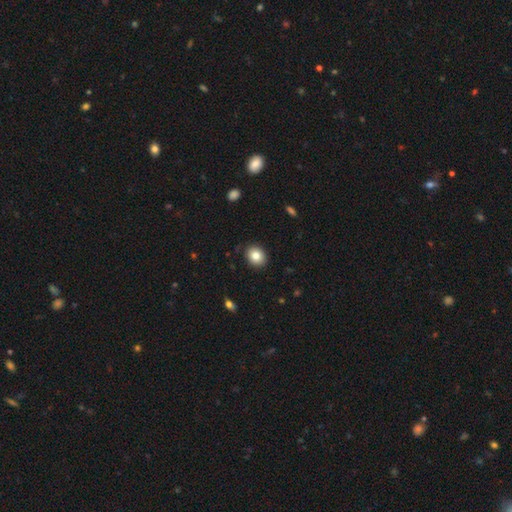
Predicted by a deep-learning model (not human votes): smooth 83%, star or artifact 9%, featured or disk 8%. Down the decision tree: how rounded — round (57%); merging — none (88%).